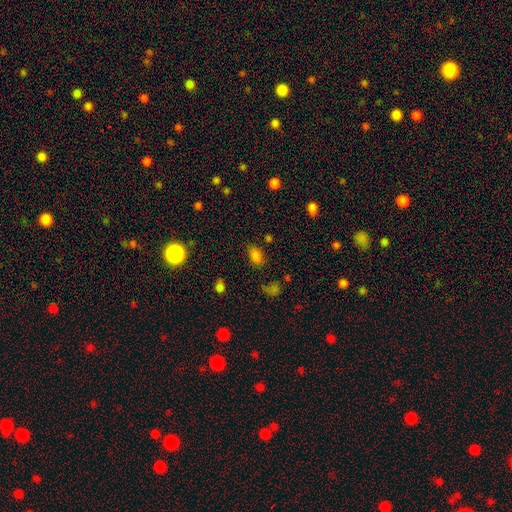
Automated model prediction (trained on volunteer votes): The model was most divided on "merging": none: 75%, minor disturbance: 16%, major disturbance: 5%, merger: 3%. More confident: how rounded — in between (85%); smooth or featured — smooth (77%).